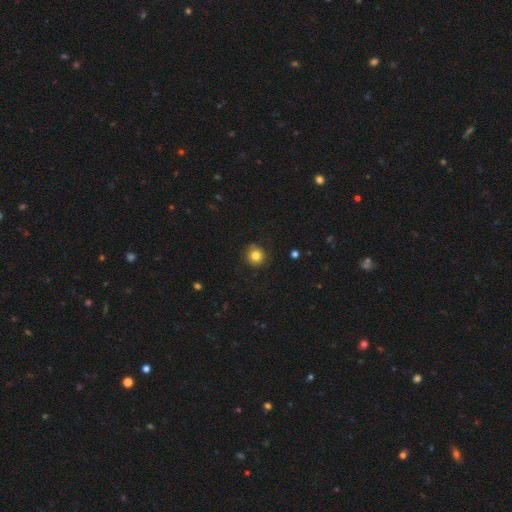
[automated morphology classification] Smooth or featured? smooth (81%)
How rounded? round (90%)
Merging? none (81%)